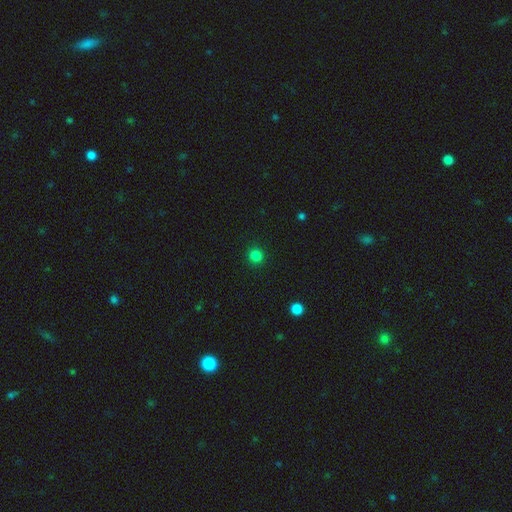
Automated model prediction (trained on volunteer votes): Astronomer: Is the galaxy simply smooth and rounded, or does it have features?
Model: smooth — 84%.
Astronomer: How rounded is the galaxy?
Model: round — 93%.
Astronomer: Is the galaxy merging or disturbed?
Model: none — 92%.